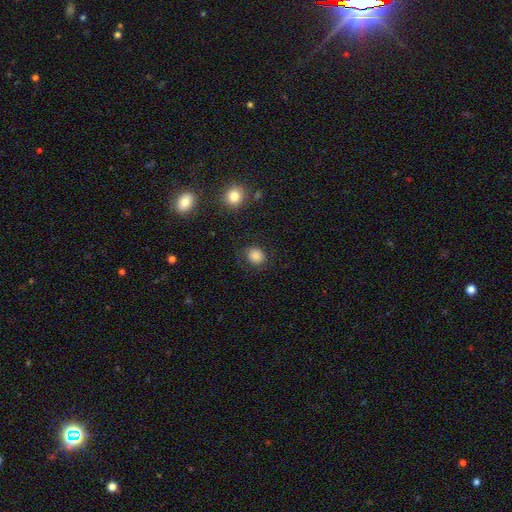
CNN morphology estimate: Q: Smooth or featured?
A: smooth (83%); runner-up: star or artifact (10%)
Q: How rounded?
A: round (79%); runner-up: in between (20%)
Q: Merging?
A: none (75%); runner-up: minor disturbance (15%)